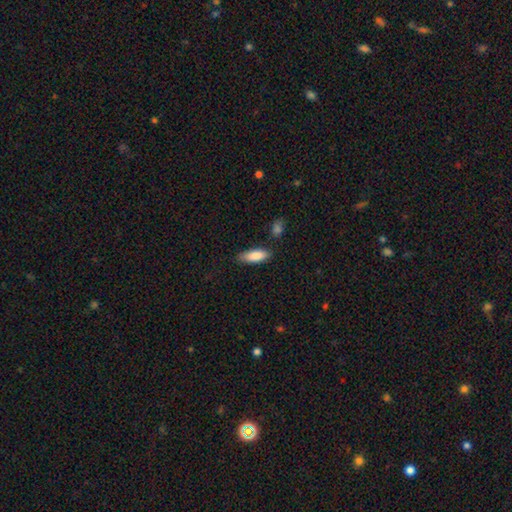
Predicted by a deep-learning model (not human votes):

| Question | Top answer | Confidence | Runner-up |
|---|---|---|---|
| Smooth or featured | smooth | 86% | featured or disk (8%) |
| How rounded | in between | 65% | cigar-shaped (33%) |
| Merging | none | 77% | minor disturbance (16%) |